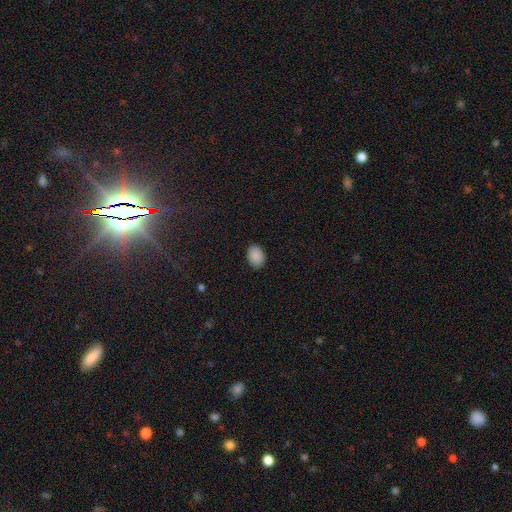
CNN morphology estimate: Overall: smooth (88%). How rounded: in between (71%). Merging: none (88%).